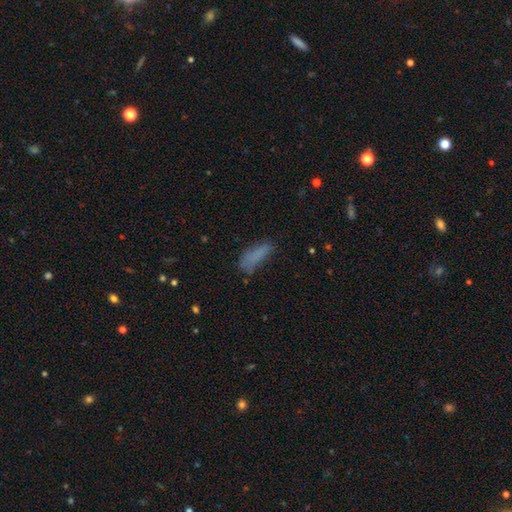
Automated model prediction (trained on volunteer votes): Smooth or featured? Predicted: smooth (p=0.76). How rounded? Predicted: cigar-shaped (p=0.49). Merging? Predicted: none (p=0.56).